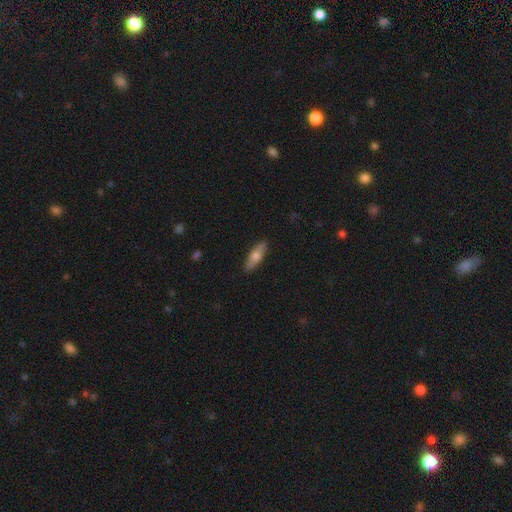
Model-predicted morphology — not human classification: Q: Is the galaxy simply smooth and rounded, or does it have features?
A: smooth — 62%.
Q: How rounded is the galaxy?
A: cigar-shaped — 55%.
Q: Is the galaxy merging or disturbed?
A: none — 89%.